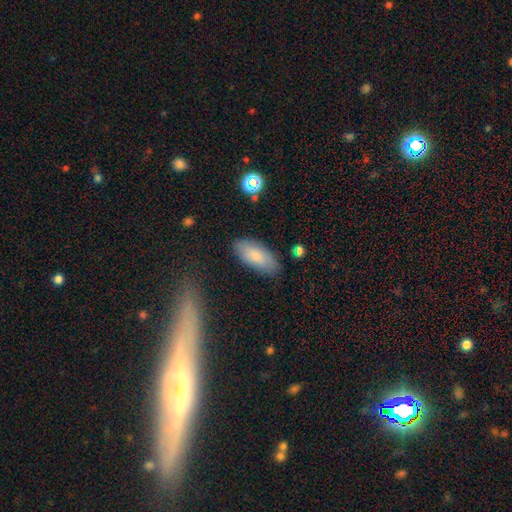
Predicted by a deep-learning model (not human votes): Smooth or featured: smooth — 81% (featured or disk — 12%)
How rounded: in between — 87% (cigar-shaped — 11%)
Merging: none — 83% (minor disturbance — 12%)